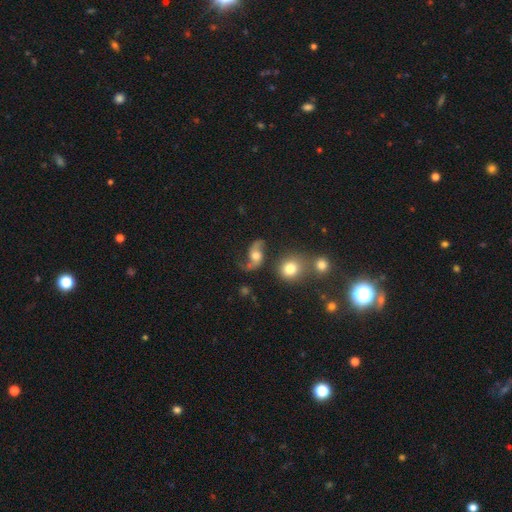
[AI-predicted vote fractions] A featured or disk galaxy (76%) with no bar (63%), 2 (92%) loose (79%) spiral arms (94%) and a moderate central bulge (56%). Merging: none (63%).